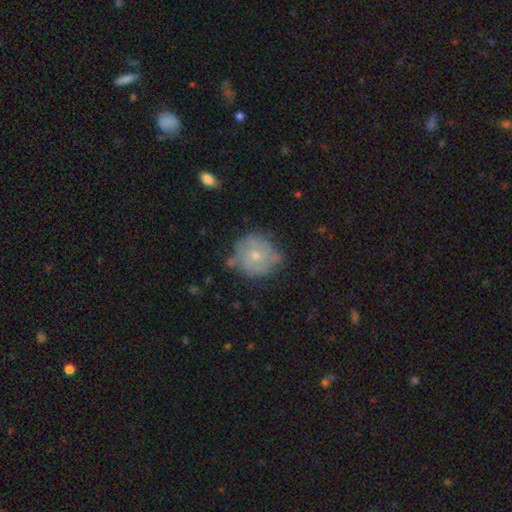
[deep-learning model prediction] Smooth or featured? Predicted: smooth (p=0.48). Merging? Predicted: none (p=0.61).